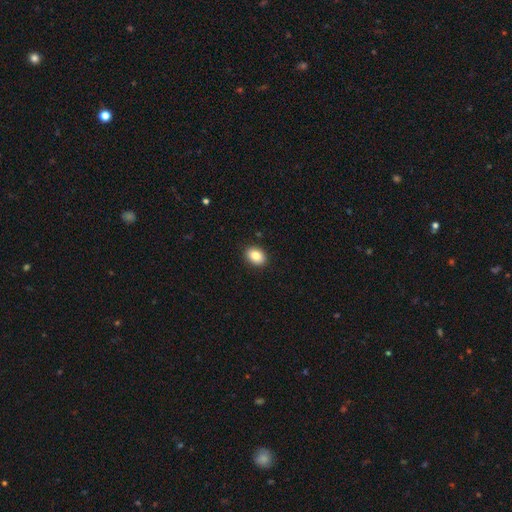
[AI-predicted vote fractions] A smooth galaxy with no disk features (86%) that is in between round and cigar-shaped (72%).

Vote fractions:
- Smooth or featured? smooth: 86% / star or artifact: 8% / featured or disk: 5%
- How rounded? in between: 72% / round: 27% / cigar-shaped: 1%
- Merging? none: 90% / minor disturbance: 7% / major disturbance: 2% / merger: 1%